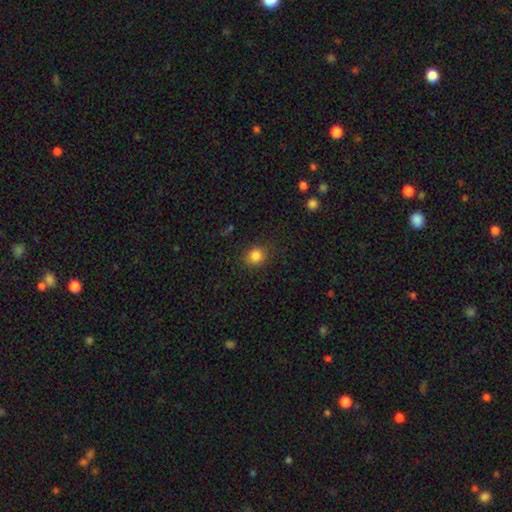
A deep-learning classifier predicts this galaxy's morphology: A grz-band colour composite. It shows a smooth galaxy with no disk features (84%) that is round (77%). Merging: none (85%).